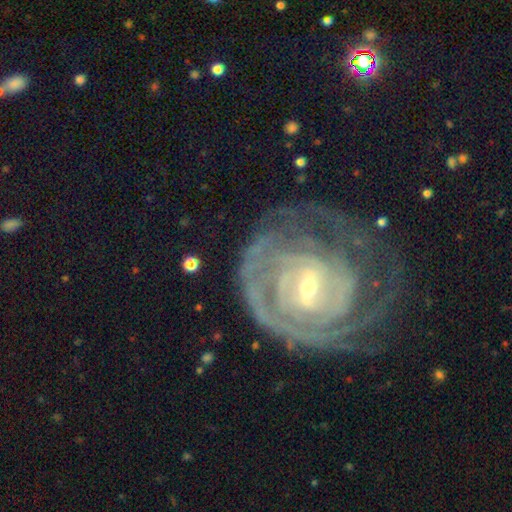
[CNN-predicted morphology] Smooth or featured: featured or disk — 86% (smooth — 7%)
Edge-on disk: no — 97% (yes — 3%)
Bar: weak — 47% (strong — 31%)
Spiral arms: yes — 93% (no — 7%)
Spiral winding: tight — 78% (medium — 17%)
Spiral arm count: can't tell — 39% (2 — 23%)
Bulge size: small — 65% (moderate — 30%)
Merging: none — 59% (minor disturbance — 20%)